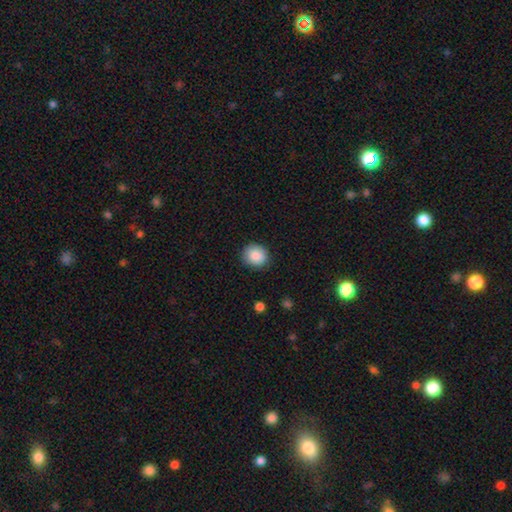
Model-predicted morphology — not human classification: Q: Smooth or featured?
A: smooth (88%); runner-up: star or artifact (8%)
Q: How rounded?
A: round (83%); runner-up: in between (17%)
Q: Merging?
A: none (87%); runner-up: minor disturbance (10%)